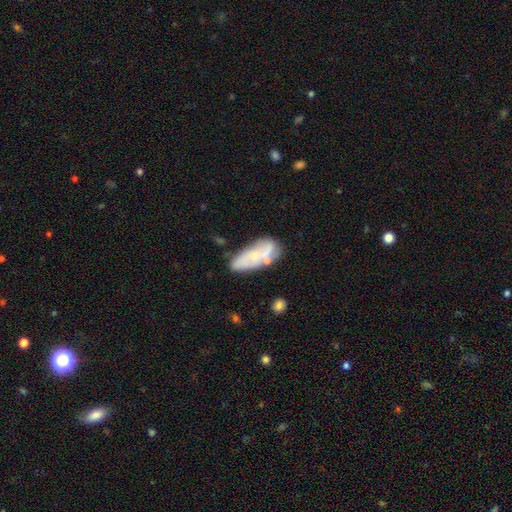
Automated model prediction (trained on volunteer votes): Q: Smooth or featured?
A: featured or disk (48%); runner-up: smooth (44%)
Q: Merging?
A: none (53%); runner-up: minor disturbance (24%)